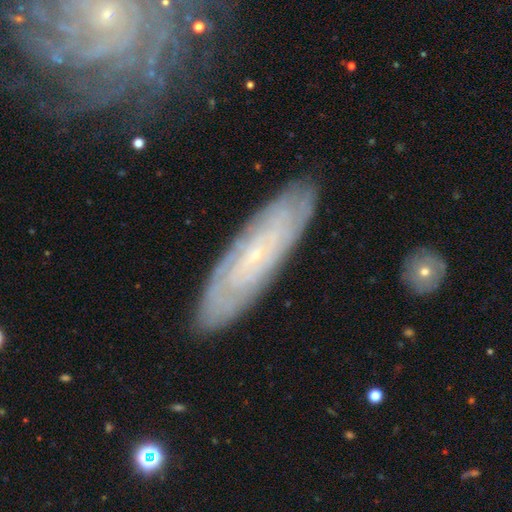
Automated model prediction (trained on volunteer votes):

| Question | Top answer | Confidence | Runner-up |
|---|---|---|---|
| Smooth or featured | featured or disk | 76% | smooth (17%) |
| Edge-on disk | no | 79% | yes (21%) |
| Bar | no | 71% | weak (22%) |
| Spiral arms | yes | 90% | no (10%) |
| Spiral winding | tight | 79% | medium (16%) |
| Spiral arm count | can't tell | 60% | 2 (12%) |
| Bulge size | small | 88% | moderate (7%) |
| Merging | none | 85% | minor disturbance (11%) |